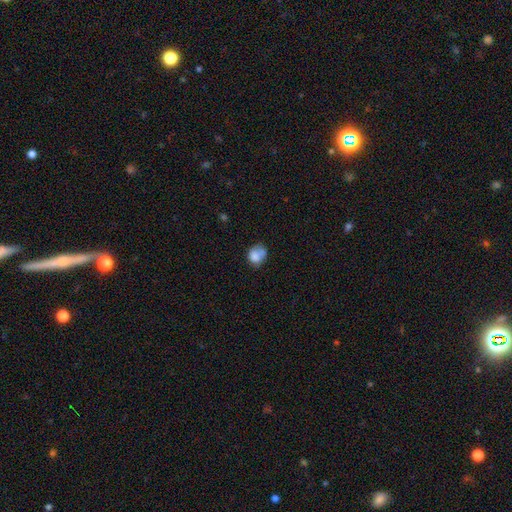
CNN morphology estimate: This appears to be a smooth galaxy with no disk features (76%) that is round (57%). Merging: none (41%).